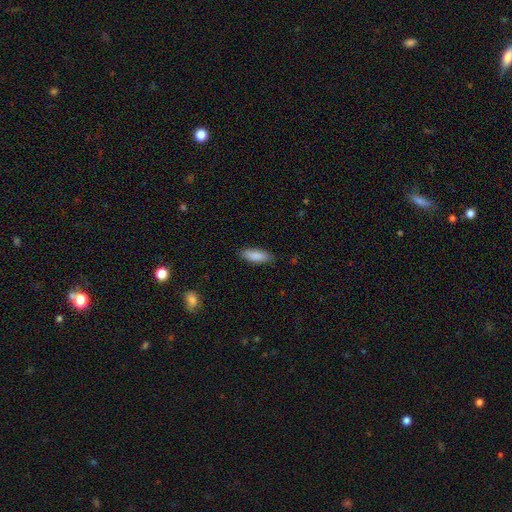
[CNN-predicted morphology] This is clearly a smooth galaxy (88%). How rounded: likely in between (64%). Merging: clearly none (86%).